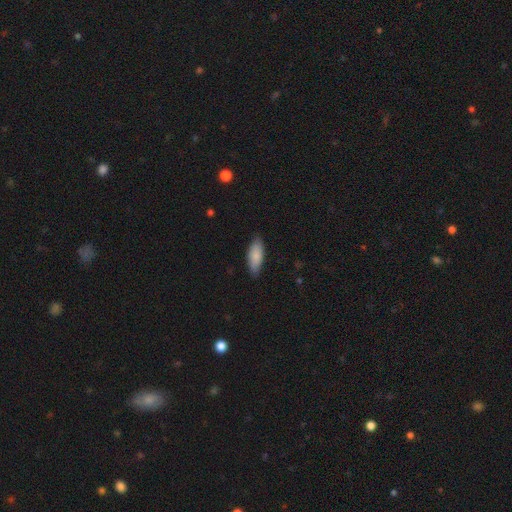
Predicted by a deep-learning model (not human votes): Q: Smooth or featured?
A: smooth (85%); runner-up: featured or disk (10%)
Q: How rounded?
A: in between (74%); runner-up: cigar-shaped (25%)
Q: Merging?
A: none (84%); runner-up: minor disturbance (13%)